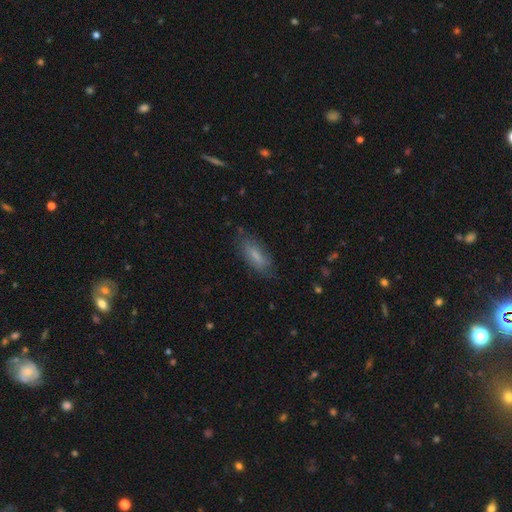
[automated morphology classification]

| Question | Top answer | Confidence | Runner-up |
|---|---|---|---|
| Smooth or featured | smooth | 68% | featured or disk (25%) |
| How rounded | in between | 64% | cigar-shaped (34%) |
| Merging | none | 75% | minor disturbance (18%) |